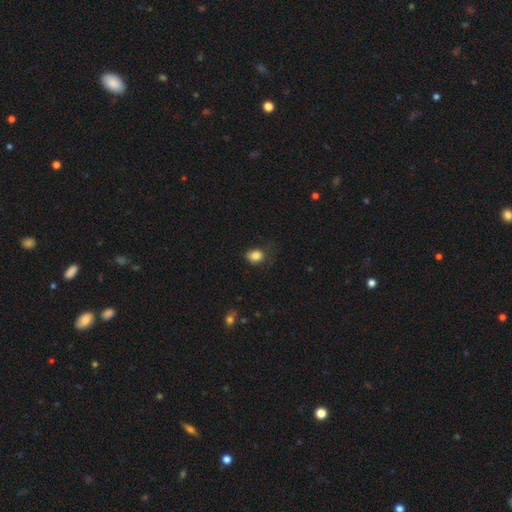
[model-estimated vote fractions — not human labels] Smooth or featured?
  - smooth: 84% *
  - star or artifact: 11%
  - featured or disk: 6%
How rounded?
  - round: 55% *
  - in between: 44%
  - cigar-shaped: 1%
Merging?
  - none: 58% *
  - minor disturbance: 29%
  - major disturbance: 11%
  - merger: 2%